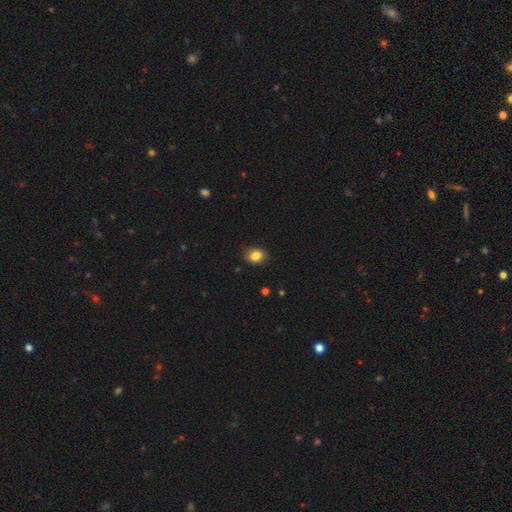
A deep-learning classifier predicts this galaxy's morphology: A smooth galaxy with no disk features (84%) that is in between round and cigar-shaped (54%).

Vote fractions:
- Smooth or featured? smooth: 84% / star or artifact: 10% / featured or disk: 6%
- How rounded? in between: 54% / round: 45% / cigar-shaped: 1%
- Merging? none: 83% / minor disturbance: 13% / major disturbance: 2% / merger: 1%